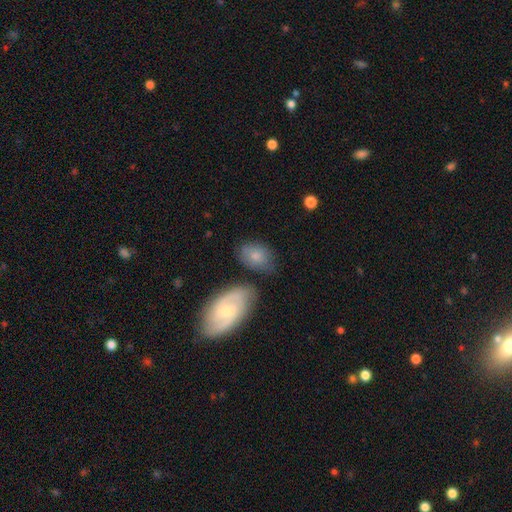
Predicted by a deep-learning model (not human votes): This appears to be a smooth galaxy with no disk features (74%) that is in between round and cigar-shaped (77%). Merging: none (61%).